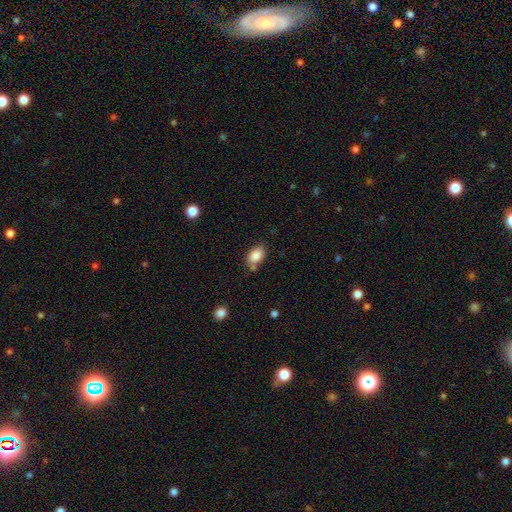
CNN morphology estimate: The model was most divided on "merging": none: 66%, minor disturbance: 18%, merger: 11%, major disturbance: 5%. More confident: how rounded — in between (87%); smooth or featured — smooth (86%).